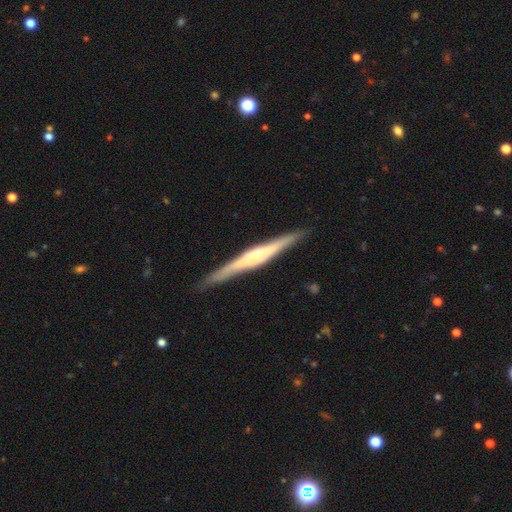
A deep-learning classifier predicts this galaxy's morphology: smooth_or_featured: featured or disk (p=0.77) [alt: smooth p=0.17]
disk_edge_on: yes (p=0.97) [alt: no p=0.03]
edge_on_bulge: rounded (p=0.59) [alt: boxy p=0.28]
merging: none (p=0.88) [alt: minor disturbance p=0.09]